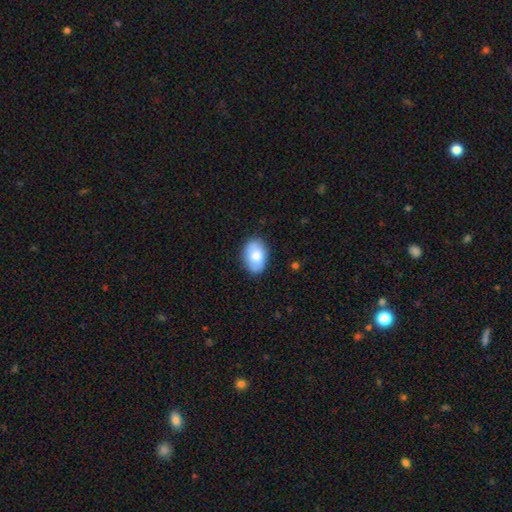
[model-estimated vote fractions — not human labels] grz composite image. It shows a smooth galaxy with no disk features (79%) that is in between round and cigar-shaped (86%). Merging: none (84%).